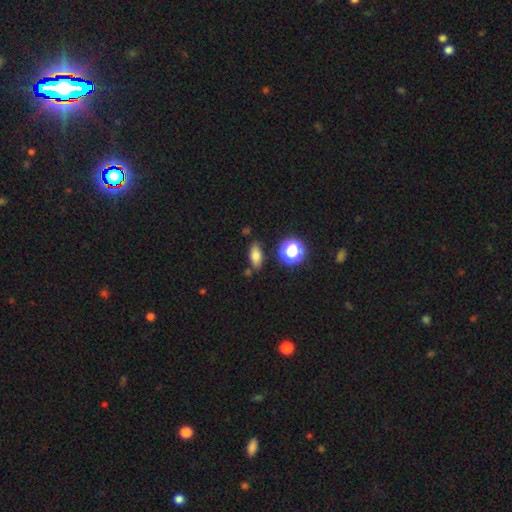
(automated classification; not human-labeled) A smooth galaxy with no disk features (76%) that is in between round and cigar-shaped (76%). Merging: none (80%).